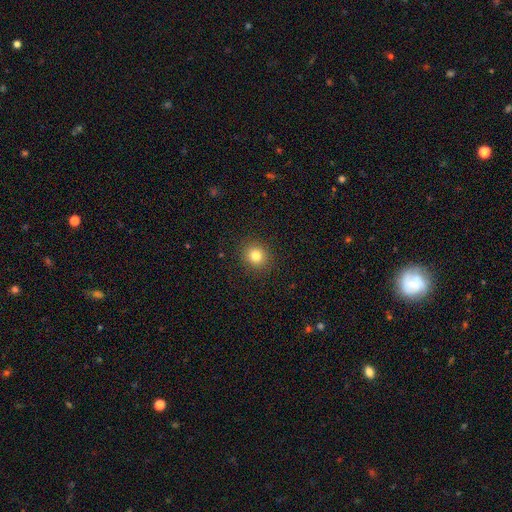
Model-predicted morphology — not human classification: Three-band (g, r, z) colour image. It shows a smooth galaxy with no disk features (81%) that is round (87%). Merging: none (90%).